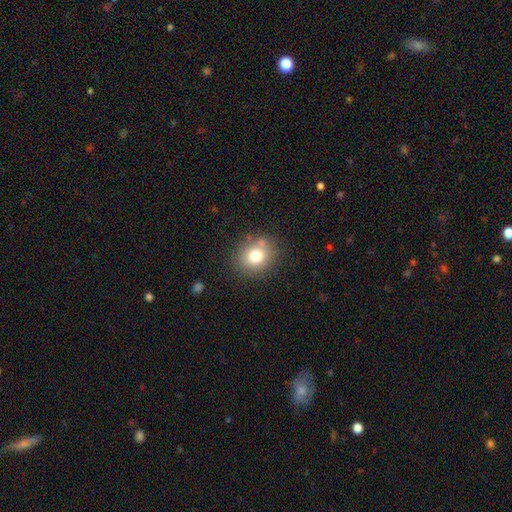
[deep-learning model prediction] smooth 76%, star or artifact 12%, featured or disk 12%. Down the decision tree: how rounded — round (70%); merging — none (79%).